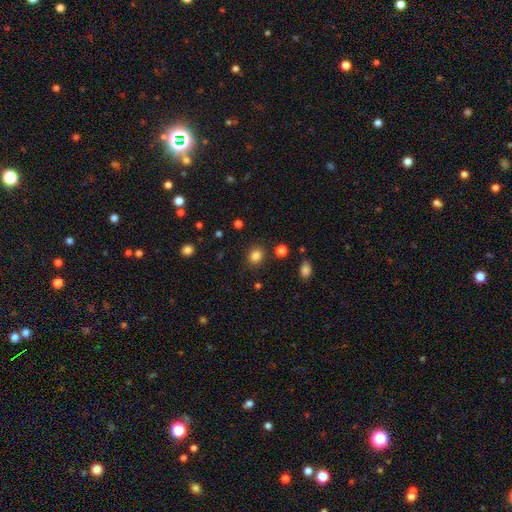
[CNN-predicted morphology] Smooth or featured?
  - smooth: 83% *
  - star or artifact: 12%
  - featured or disk: 4%
How rounded?
  - round: 68% *
  - in between: 31%
  - cigar-shaped: 1%
Merging?
  - none: 85% *
  - minor disturbance: 9%
  - major disturbance: 3%
  - merger: 3%